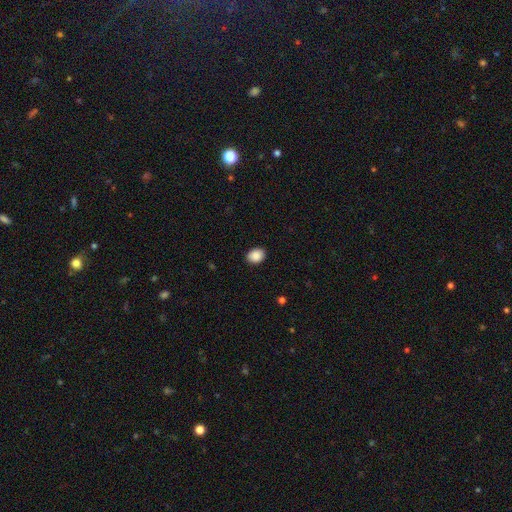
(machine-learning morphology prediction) This is clearly a smooth galaxy (89%). How rounded: likely in between (67%). Merging: clearly none (89%).